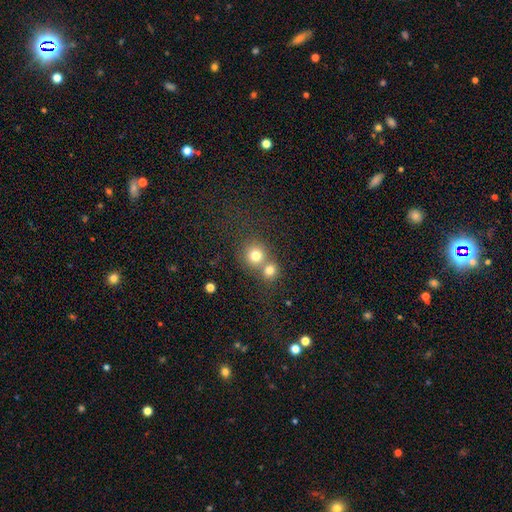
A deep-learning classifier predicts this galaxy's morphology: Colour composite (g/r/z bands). It shows a smooth galaxy with no disk features (77%) that is round (88%). Merging: merger (47%).